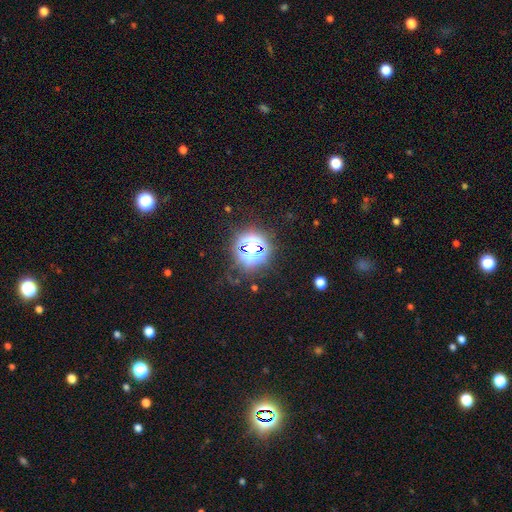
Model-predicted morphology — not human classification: star or artifact 67%, smooth 22%, featured or disk 11%.